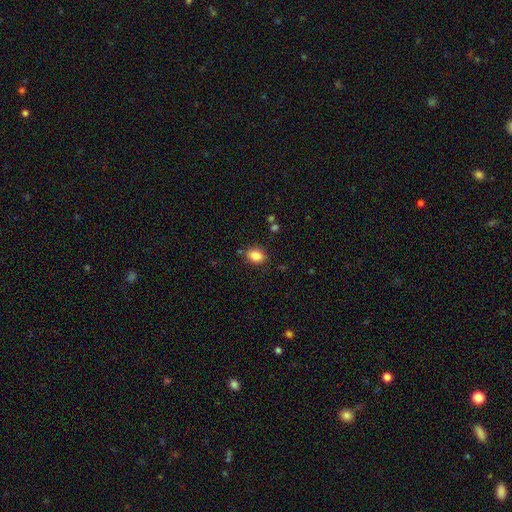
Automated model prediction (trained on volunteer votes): This appears to be a smooth galaxy with no disk features (85%) that is in between round and cigar-shaped (71%). Merging: none (82%).